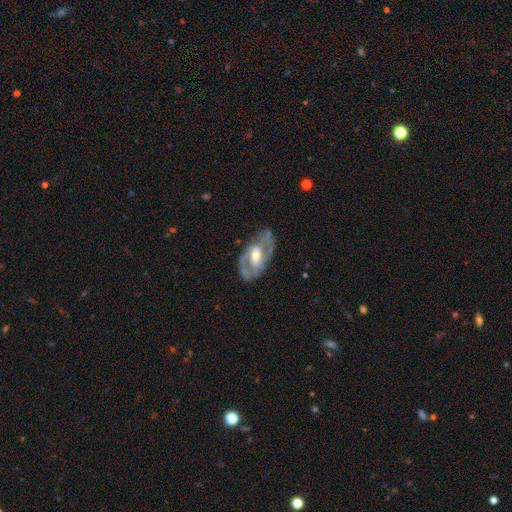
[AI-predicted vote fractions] A featured or disk galaxy (78%) with a weak bar (40%), 2 (76%) medium (48%) spiral arms (74%) and a moderate central bulge (65%).

Vote fractions:
- Smooth or featured? featured or disk: 78% / smooth: 16% / star or artifact: 5%
- Edge-on disk? no: 93% / yes: 7%
- Bar? weak: 40% / no: 33% / strong: 27%
- Spiral arms? yes: 74% / no: 26%
- Spiral winding? medium: 48% / tight: 33% / loose: 19%
- Spiral arm count? 2: 76% / can't tell: 15% / 1: 5% / 3: 3% / 4: 1% / more than 4: 1%
- Bulge size? moderate: 65% / small: 25% / large: 8% / none: 1% / dominant: 1%
- Merging? none: 68% / minor disturbance: 20% / major disturbance: 10% / merger: 2%